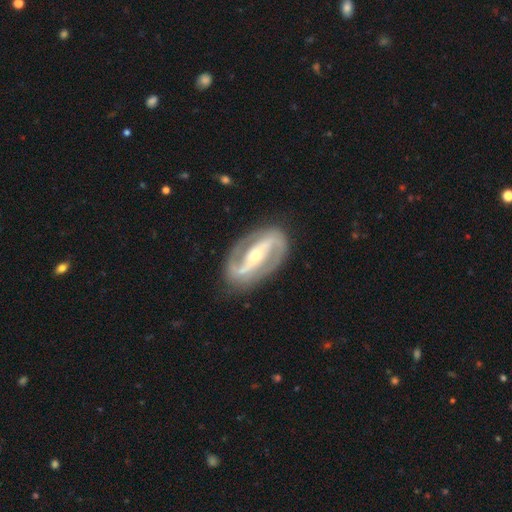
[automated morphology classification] smooth_or_featured: featured or disk (p=0.91) [alt: smooth p=0.05]
disk_edge_on: no (p=0.95) [alt: yes p=0.05]
bar: strong (p=0.62) [alt: weak p=0.20]
has_spiral_arms: yes (p=0.95) [alt: no p=0.05]
spiral_winding: medium (p=0.50) [alt: tight p=0.30]
spiral_arm_count: 2 (p=0.93) [alt: can't tell p=0.03]
bulge_size: small (p=0.56) [alt: moderate p=0.41]
merging: none (p=0.84) [alt: minor disturbance p=0.11]